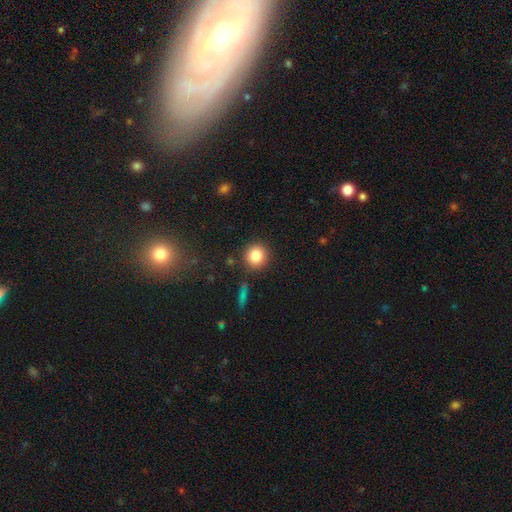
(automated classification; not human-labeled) Overall: smooth (85%). How rounded: round (91%). Merging: none (87%).